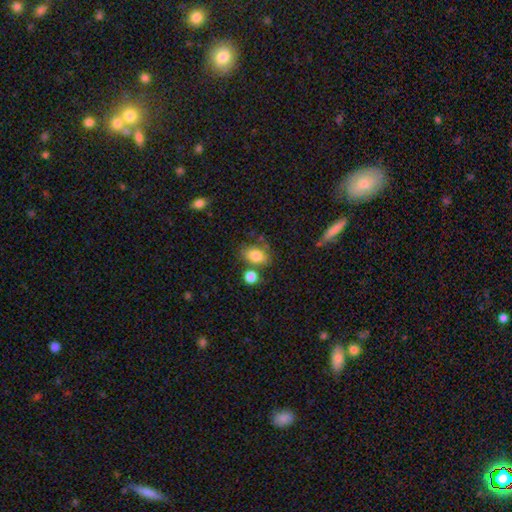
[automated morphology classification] Smooth or featured? Predicted: smooth (p=0.80). How rounded? Predicted: in between (p=0.79). Merging? Predicted: none (p=0.60).